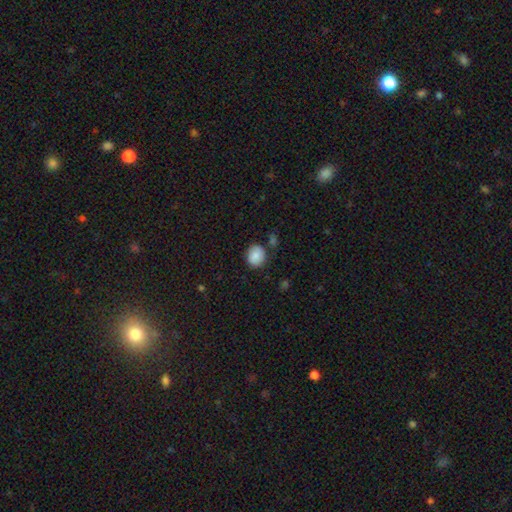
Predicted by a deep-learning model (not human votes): Smooth or featured? Predicted: smooth (p=0.84). How rounded? Predicted: round (p=0.72). Merging? Predicted: none (p=0.79).